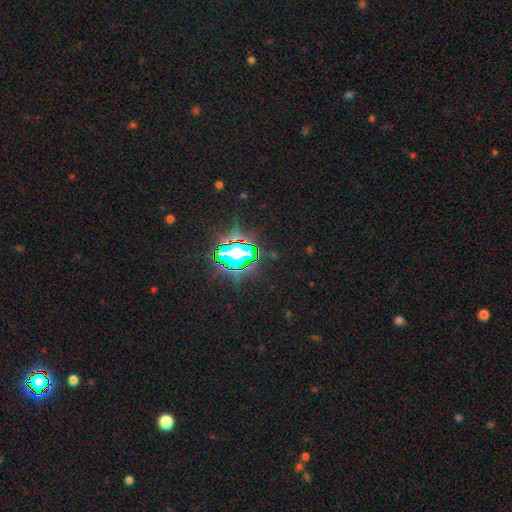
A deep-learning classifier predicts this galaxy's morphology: A star or artifact, not a galaxy (83%).